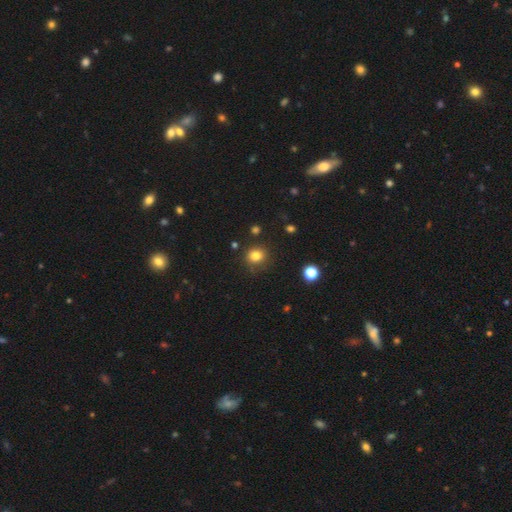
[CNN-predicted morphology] smooth-or-featured: smooth: 81% | star or artifact: 13% | featured or disk: 6%
  how-rounded: round: 85% | in between: 14% | cigar-shaped: 1%
  merging: none: 80% | minor disturbance: 13% | major disturbance: 4% | merger: 3%